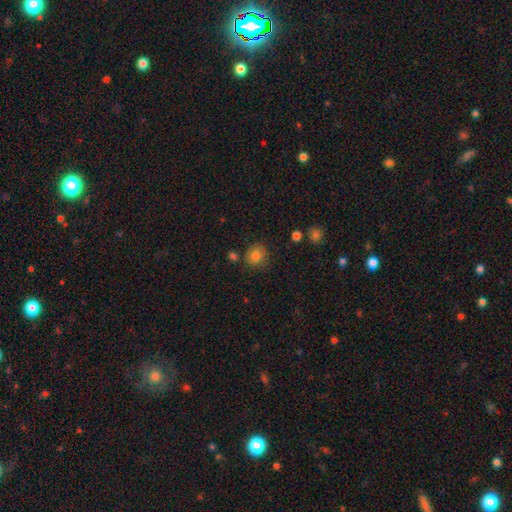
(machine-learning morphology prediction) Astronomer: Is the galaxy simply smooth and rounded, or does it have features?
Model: smooth — 81%.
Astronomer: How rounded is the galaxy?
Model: round — 79%.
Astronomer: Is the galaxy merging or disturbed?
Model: none — 77%.